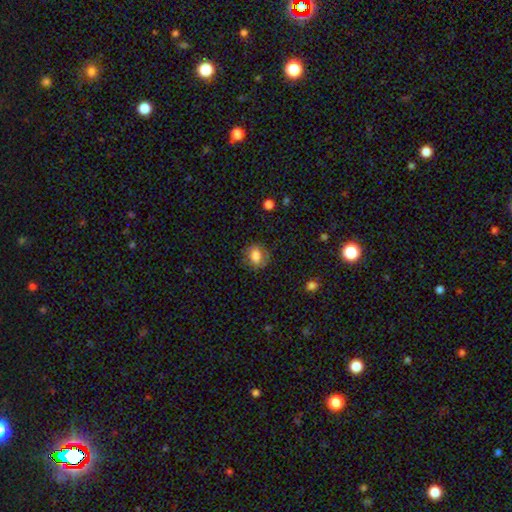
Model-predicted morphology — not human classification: This is likely a smooth galaxy (75%). How rounded: possibly in between (50%). Merging: likely none (71%).